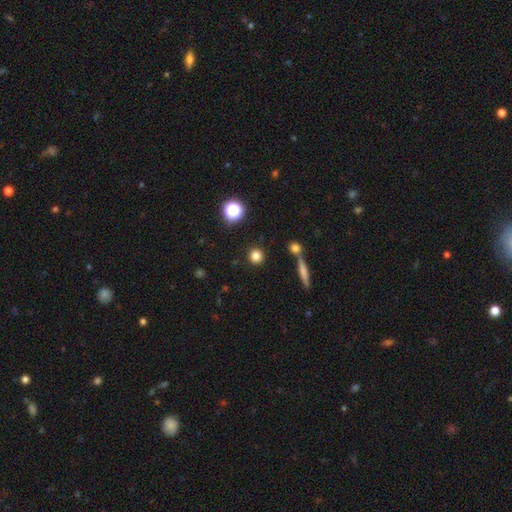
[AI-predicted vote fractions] Smooth or featured? smooth (80%)
How rounded? round (91%)
Merging? none (87%)